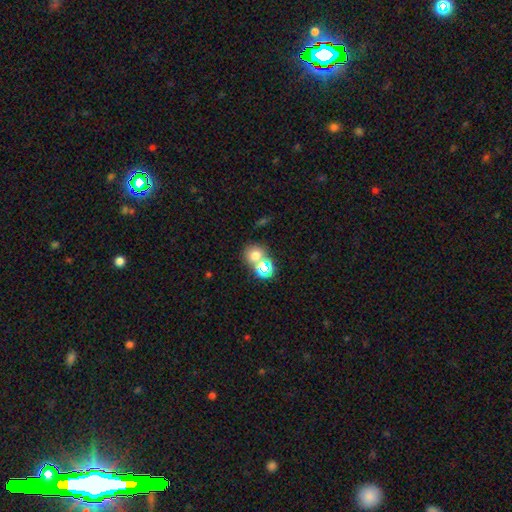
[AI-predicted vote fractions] Smooth or featured: smooth — 66% (star or artifact — 22%)
How rounded: round — 70% (in between — 29%)
Merging: none — 49% (merger — 38%)